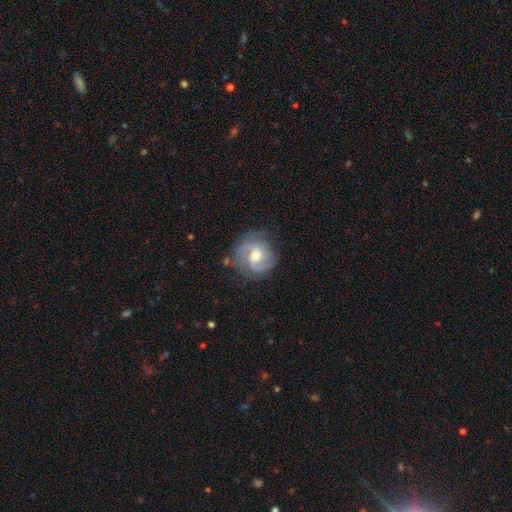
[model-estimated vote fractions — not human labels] This appears to be a featured or disk galaxy (79%) with no bar (47%), 2 (68%) medium (46%) spiral arms (94%) and a moderate central bulge (65%). Merging: none (73%).